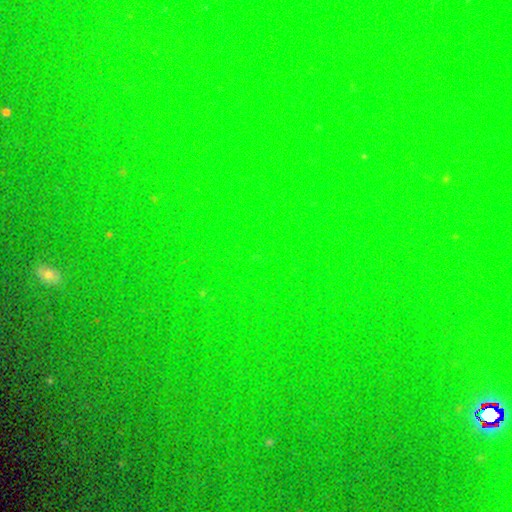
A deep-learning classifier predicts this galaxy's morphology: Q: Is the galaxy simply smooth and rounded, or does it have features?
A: star or artifact — 76%.